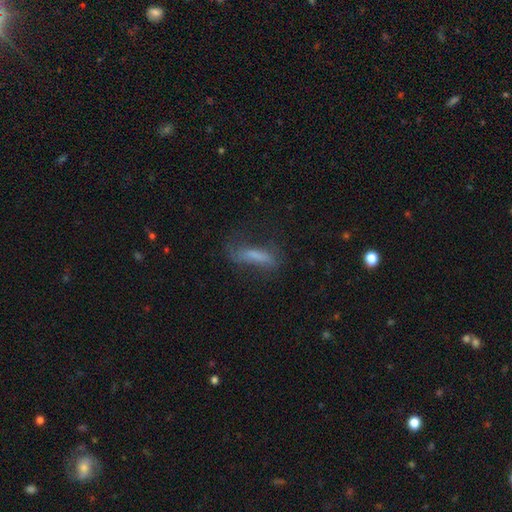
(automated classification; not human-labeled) Overall: smooth (55%; featured or disk 32%). How rounded: cigar-shaped (70%). Merging: none (50%; minor disturbance 25%).